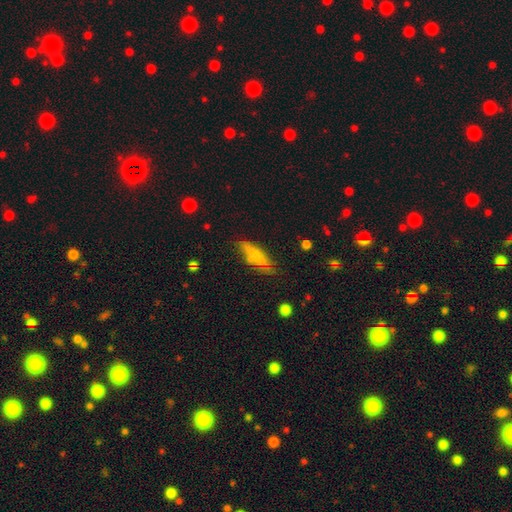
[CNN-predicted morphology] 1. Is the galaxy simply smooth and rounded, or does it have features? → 65% smooth, 27% featured or disk, 8% star or artifact.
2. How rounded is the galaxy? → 49% in between (tied), 49% cigar-shaped (tied), 3% round.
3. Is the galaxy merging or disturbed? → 64% none, 25% minor disturbance, 8% major disturbance, 4% merger.